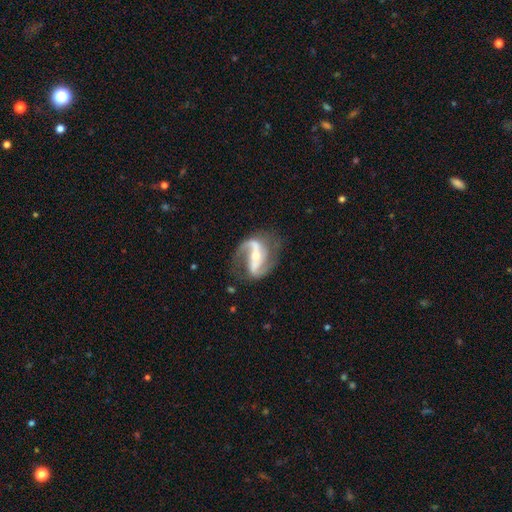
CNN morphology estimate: This is clearly a featured or disk galaxy (90%). It is clearly not viewed edge-on (97%). Bar: possibly strong (51%). Spiral arm pattern: clearly yes (96%). Spiral arm count: clearly 2 (90%). Spiral winding: possibly loose (50%). Central bulge: possibly small (48%). Merging: likely none (70%).